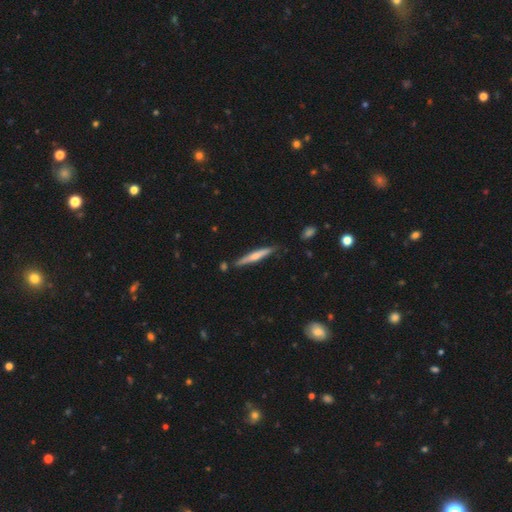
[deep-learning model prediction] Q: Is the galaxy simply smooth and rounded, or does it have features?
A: featured or disk — 47%, tied with smooth.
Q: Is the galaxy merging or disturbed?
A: none — 84%.